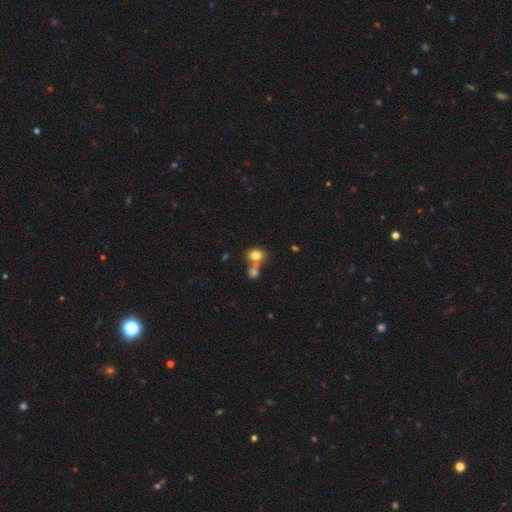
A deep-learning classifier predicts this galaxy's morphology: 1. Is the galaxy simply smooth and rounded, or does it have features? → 79% smooth, 11% star or artifact, 10% featured or disk.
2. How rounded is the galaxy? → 57% round, 42% in between, 1% cigar-shaped.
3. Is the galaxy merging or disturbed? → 47% none, 40% merger, 9% minor disturbance, 4% major disturbance.